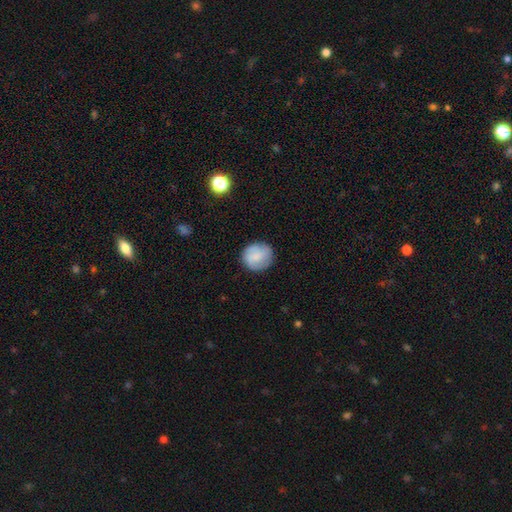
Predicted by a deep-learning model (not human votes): Smooth or featured?
  - smooth: 73% *
  - featured or disk: 21%
  - star or artifact: 7%
How rounded?
  - round: 88% *
  - in between: 11%
  - cigar-shaped: 1%
Merging?
  - none: 81% *
  - minor disturbance: 14%
  - major disturbance: 4%
  - merger: 1%